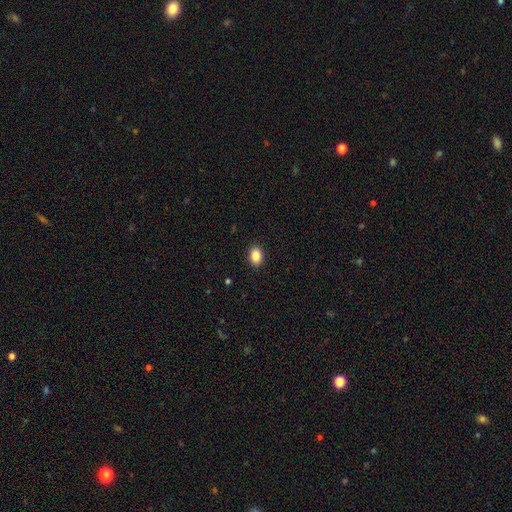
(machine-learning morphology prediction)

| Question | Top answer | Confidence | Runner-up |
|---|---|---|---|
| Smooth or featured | smooth | 87% | star or artifact (9%) |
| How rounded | in between | 73% | round (26%) |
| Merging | none | 91% | minor disturbance (6%) |